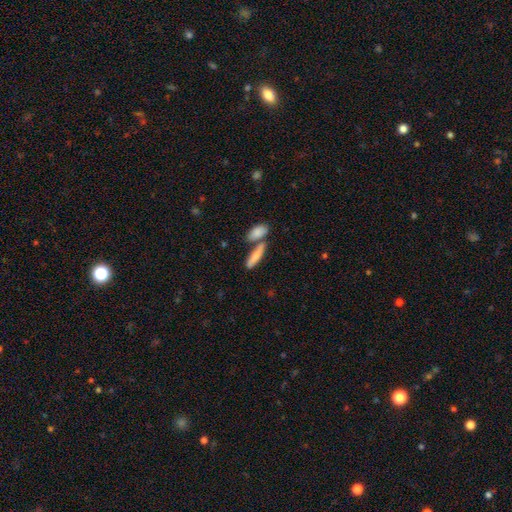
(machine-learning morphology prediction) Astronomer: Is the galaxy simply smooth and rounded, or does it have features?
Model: smooth — 79%.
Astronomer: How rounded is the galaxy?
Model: cigar-shaped — 62%.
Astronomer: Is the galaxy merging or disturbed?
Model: none — 50% (runner-up: merger, 37%).